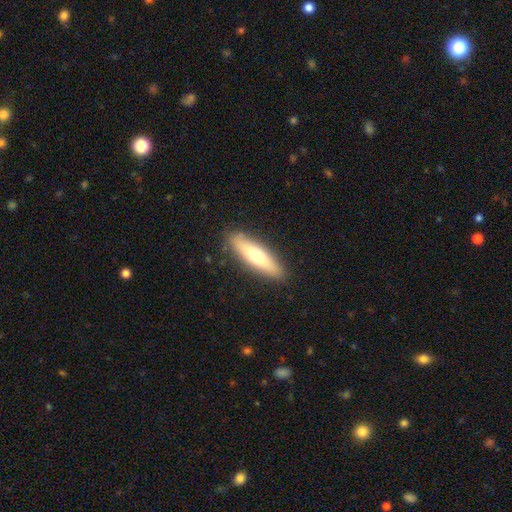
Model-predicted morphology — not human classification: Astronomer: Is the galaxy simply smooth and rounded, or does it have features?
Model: smooth — 58% (runner-up: featured or disk, 36%).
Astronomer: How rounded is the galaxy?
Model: cigar-shaped — 67%.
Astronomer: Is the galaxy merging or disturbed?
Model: none — 88%.